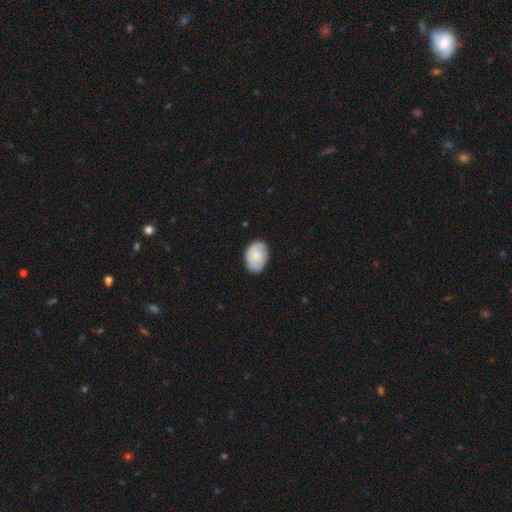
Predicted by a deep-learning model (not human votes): Q: Smooth or featured?
A: smooth (70%); runner-up: featured or disk (24%)
Q: How rounded?
A: in between (82%); runner-up: round (17%)
Q: Merging?
A: none (80%); runner-up: minor disturbance (16%)